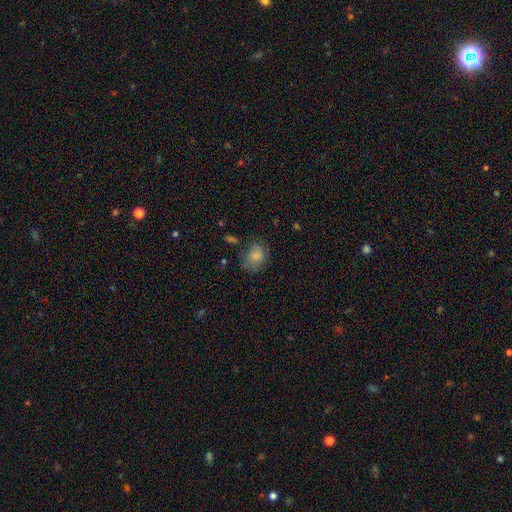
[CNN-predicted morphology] This appears to be a smooth galaxy with no disk features (78%) that is in between round and cigar-shaped (55%). Merging: none (59%).